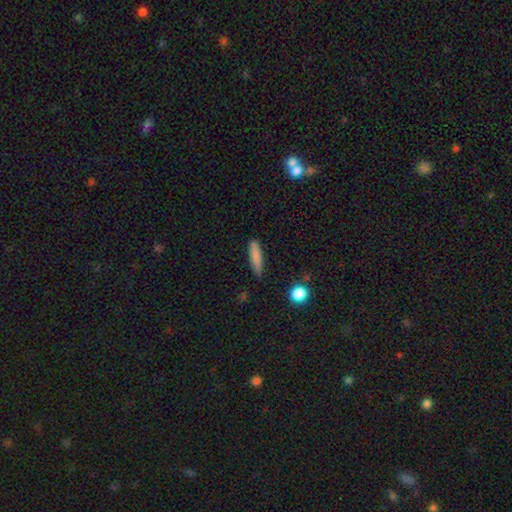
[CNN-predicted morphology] The model was most divided on "how rounded": cigar-shaped: 80%, in between: 18%, round: 2%. More confident: merging — none (86%); smooth or featured — smooth (83%).